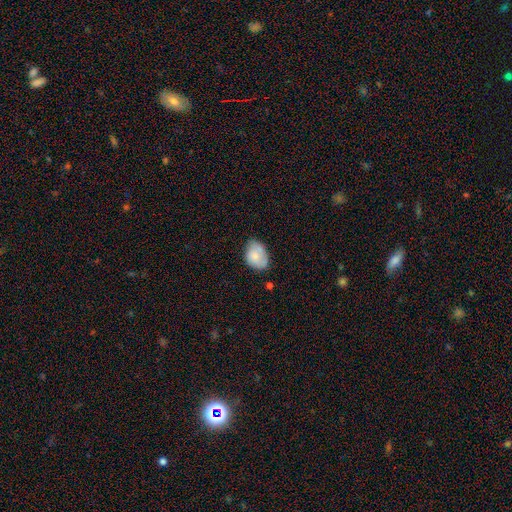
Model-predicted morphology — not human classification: The model was most divided on "merging": none: 59%, minor disturbance: 31%, major disturbance: 7%, merger: 3%. More confident: how rounded — in between (77%); smooth or featured — smooth (72%).